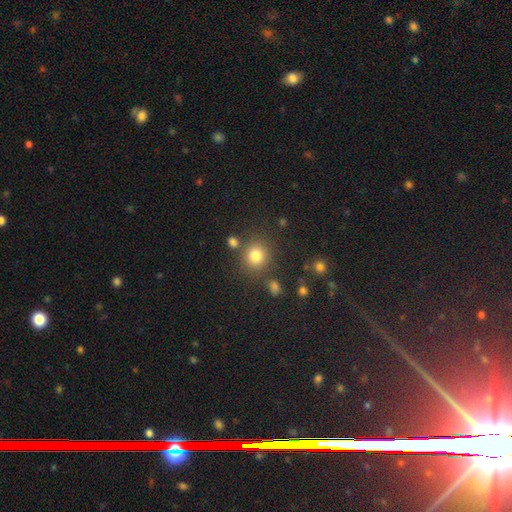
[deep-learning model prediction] This appears to be a smooth galaxy with no disk features (80%) that is round (87%). Merging: none (78%).